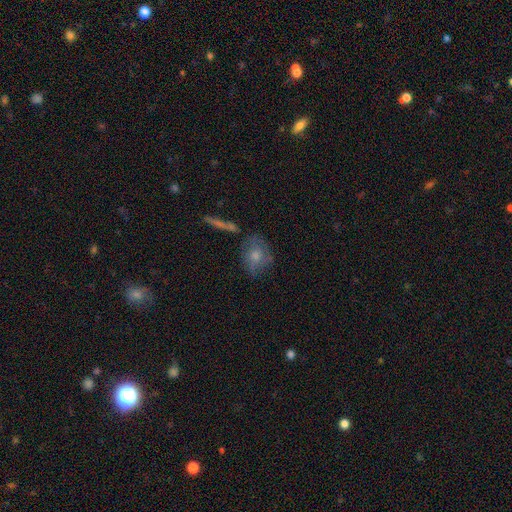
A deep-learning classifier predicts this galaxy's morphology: Overall: smooth (58%; featured or disk 34%). How rounded: round (54%; in between 42%). Merging: none (57%; minor disturbance 24%).